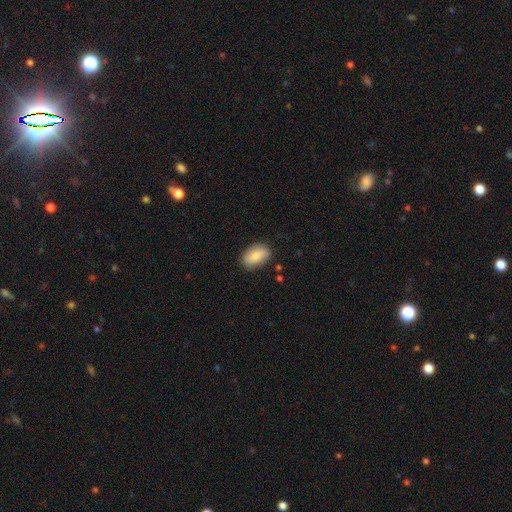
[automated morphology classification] A smooth galaxy with no disk features (83%) that is in between round and cigar-shaped (91%).

Vote fractions:
- Smooth or featured? smooth: 83% / featured or disk: 10% / star or artifact: 7%
- How rounded? in between: 91% / round: 7% / cigar-shaped: 2%
- Merging? none: 81% / minor disturbance: 14% / major disturbance: 3% / merger: 2%